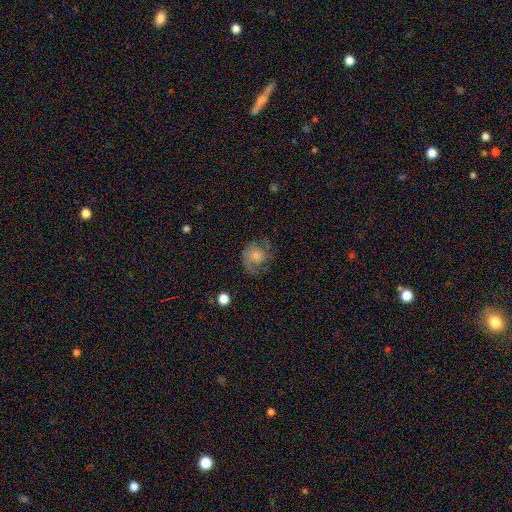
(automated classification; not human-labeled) A smooth galaxy with no disk features (62%) that is round (77%). Merging: none (56%).